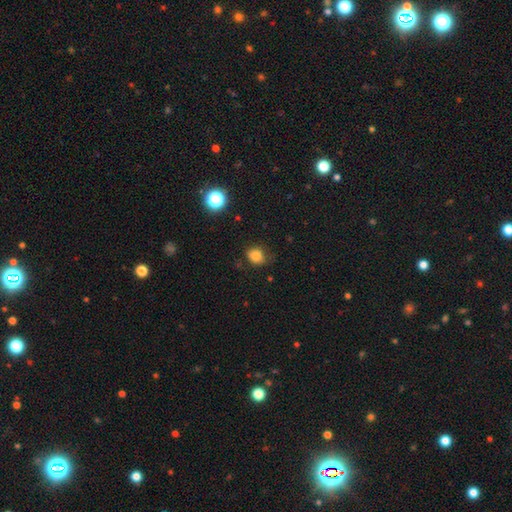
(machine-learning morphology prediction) The model was most divided on "how rounded": round: 61%, in between: 38%, cigar-shaped: 1%. More confident: smooth or featured — smooth (81%); merging — none (64%).